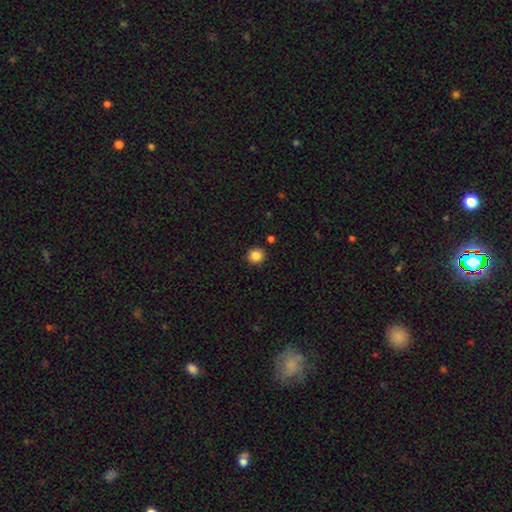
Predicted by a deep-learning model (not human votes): Smooth or featured: smooth — 85% (star or artifact — 10%)
How rounded: round — 88% (in between — 11%)
Merging: none — 89% (minor disturbance — 7%)